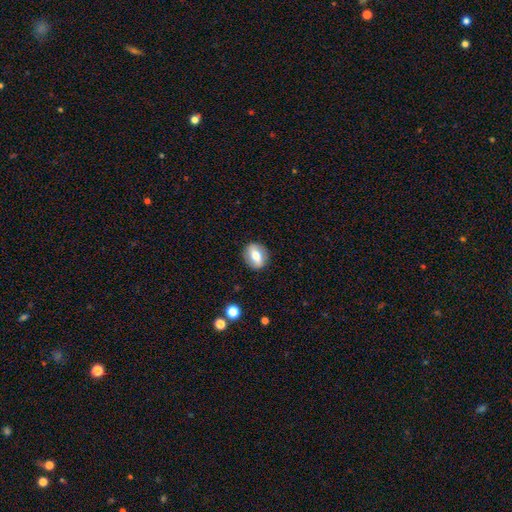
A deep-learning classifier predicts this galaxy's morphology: Smooth or featured? Predicted: smooth (p=0.58). How rounded? Predicted: in between (p=0.49). Merging? Predicted: none (p=0.87).